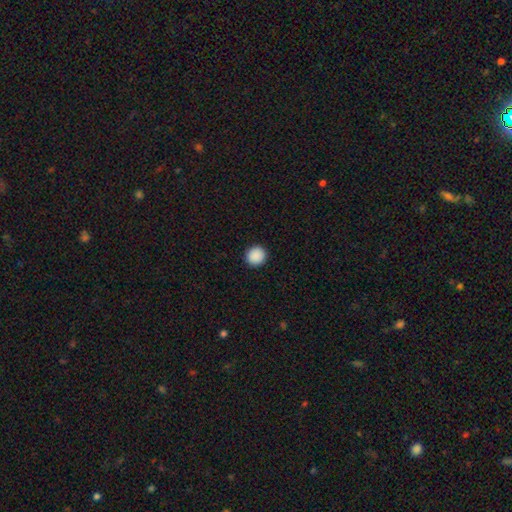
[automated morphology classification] Smooth or featured? Predicted: smooth (p=0.90). How rounded? Predicted: round (p=0.94). Merging? Predicted: none (p=0.93).